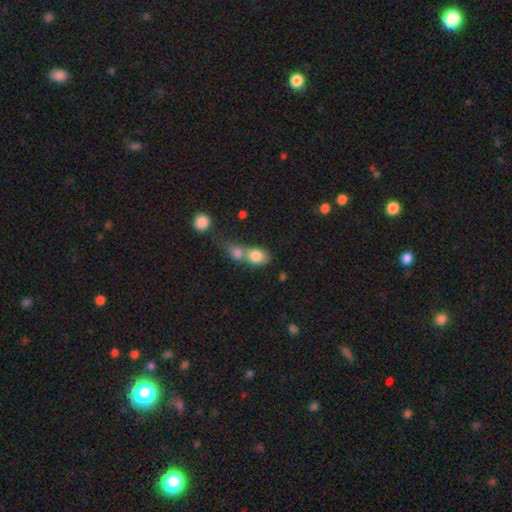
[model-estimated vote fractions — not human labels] A smooth galaxy with no disk features (80%) that is in between round and cigar-shaped (67%).

Vote fractions:
- Smooth or featured? smooth: 80% / featured or disk: 11% / star or artifact: 9%
- How rounded? in between: 67% / round: 31% / cigar-shaped: 3%
- Merging? merger: 66% / none: 22% / minor disturbance: 7% / major disturbance: 4%